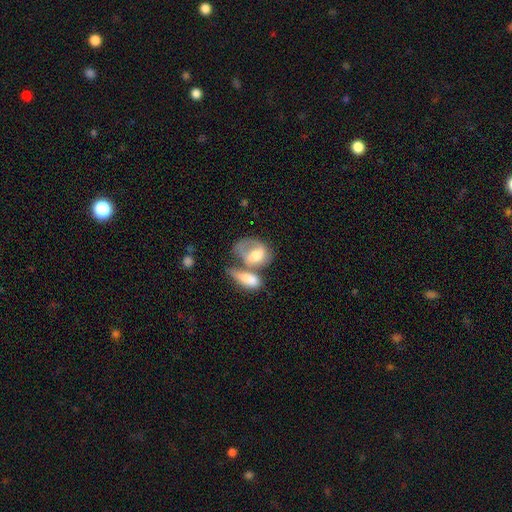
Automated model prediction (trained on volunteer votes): The model was most divided on "smooth or featured": smooth: 56%, featured or disk: 38%, star or artifact: 7%. More confident: how rounded — in between (74%); merging — merger (55%).